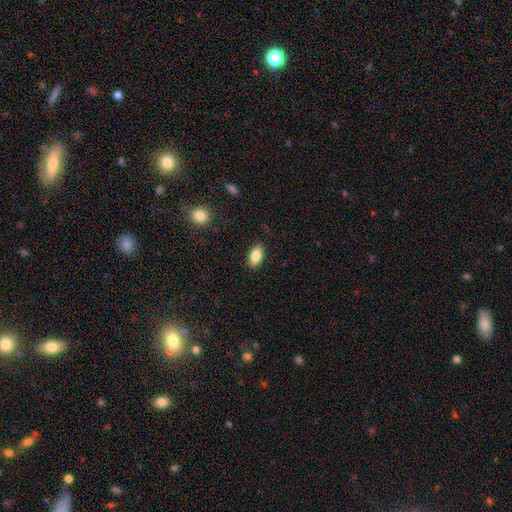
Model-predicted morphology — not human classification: Smooth or featured? smooth (85%)
How rounded? in between (91%)
Merging? none (87%)